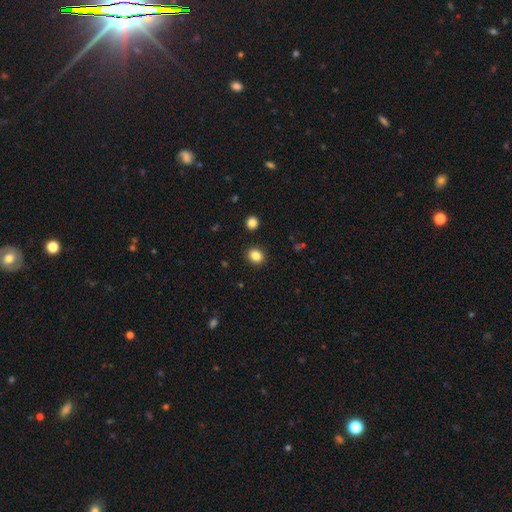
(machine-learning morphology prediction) smooth-or-featured: smooth: 85% | star or artifact: 10% | featured or disk: 4%
  how-rounded: round: 62% | in between: 37% | cigar-shaped: 1%
  merging: none: 90% | minor disturbance: 6% | major disturbance: 2% | merger: 2%